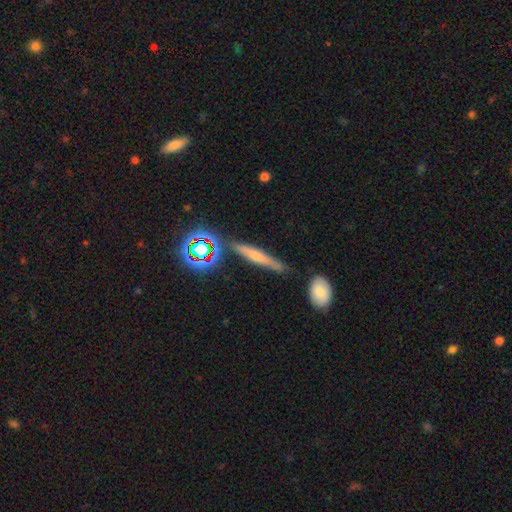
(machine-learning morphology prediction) featured or disk 43%, smooth 41%, star or artifact 16%. Down the decision tree: merging — none (81%).